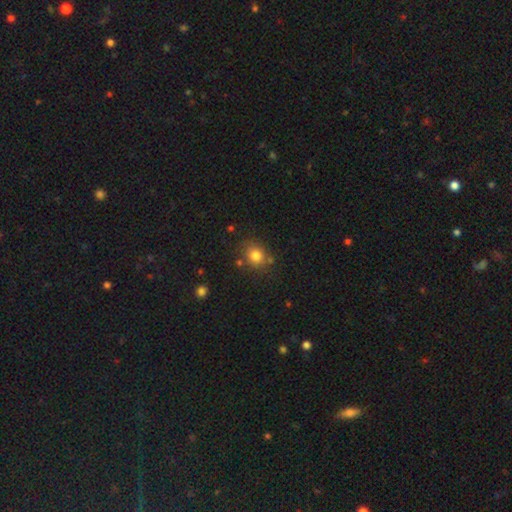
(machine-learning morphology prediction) A smooth galaxy with no disk features (81%) that is round (74%). Merging: none (76%).